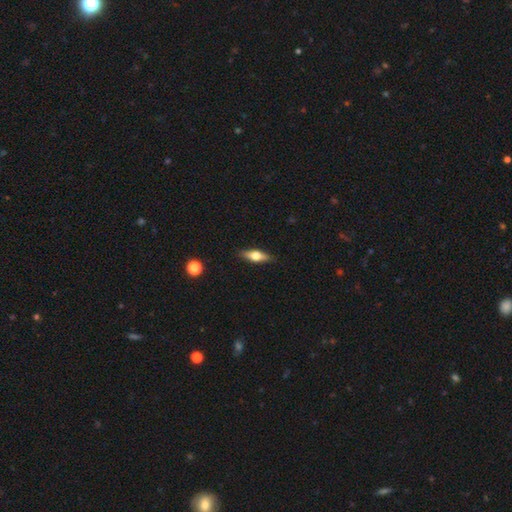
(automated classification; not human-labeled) Q: Smooth or featured?
A: smooth (48%); runner-up: featured or disk (45%)
Q: Merging?
A: none (88%); runner-up: minor disturbance (9%)